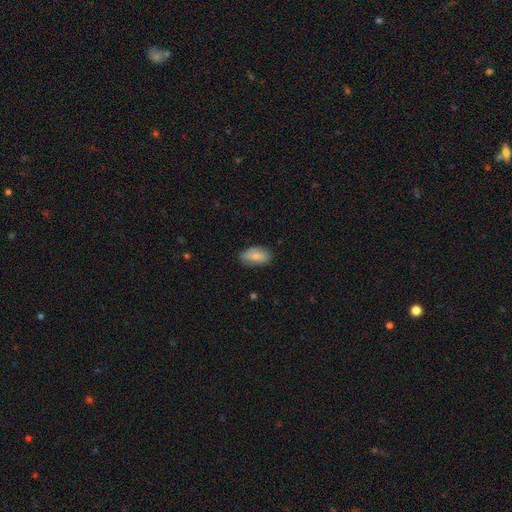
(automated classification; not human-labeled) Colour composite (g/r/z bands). It shows a smooth galaxy with no disk features (82%) that is in between round and cigar-shaped (93%). Merging: none (74%).